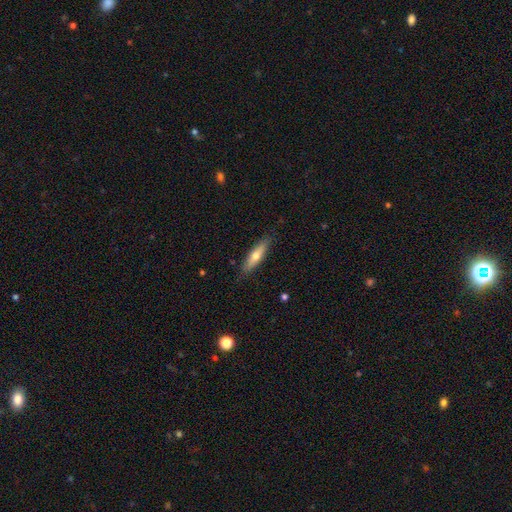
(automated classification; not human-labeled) Overall: smooth (58%; featured or disk 36%). How rounded: cigar-shaped (74%). Merging: none (85%).